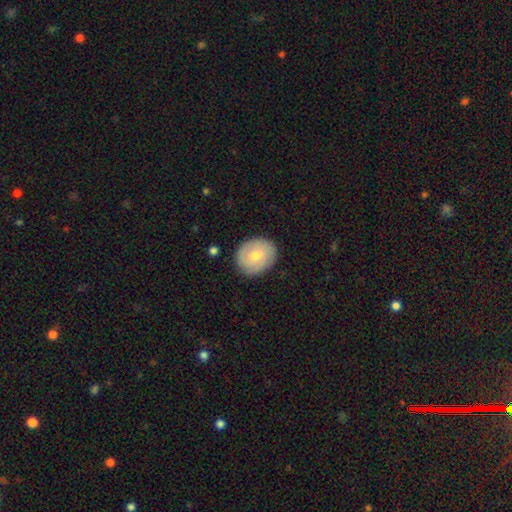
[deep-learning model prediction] Overall: smooth (66%; featured or disk 27%). How rounded: round (62%; in between 37%). Merging: none (85%).